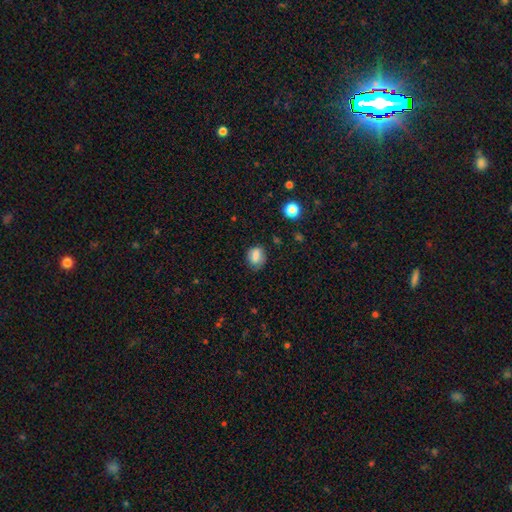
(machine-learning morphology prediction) Smooth or featured: smooth — 77% (featured or disk — 13%)
How rounded: in between — 51% (round — 48%)
Merging: none — 69% (minor disturbance — 22%)